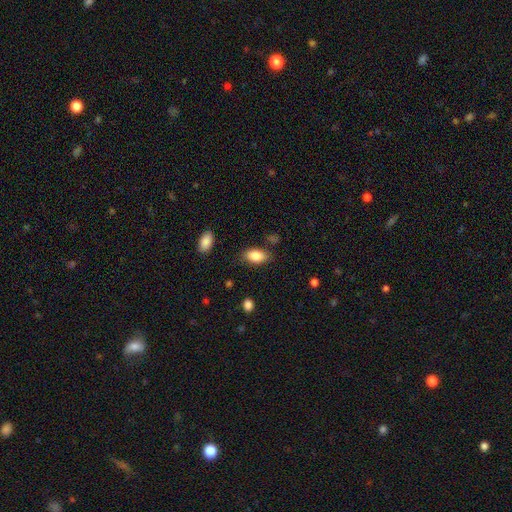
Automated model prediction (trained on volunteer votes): Q: Smooth or featured?
A: smooth (86%); runner-up: star or artifact (7%)
Q: How rounded?
A: in between (92%); runner-up: round (5%)
Q: Merging?
A: none (79%); runner-up: minor disturbance (14%)